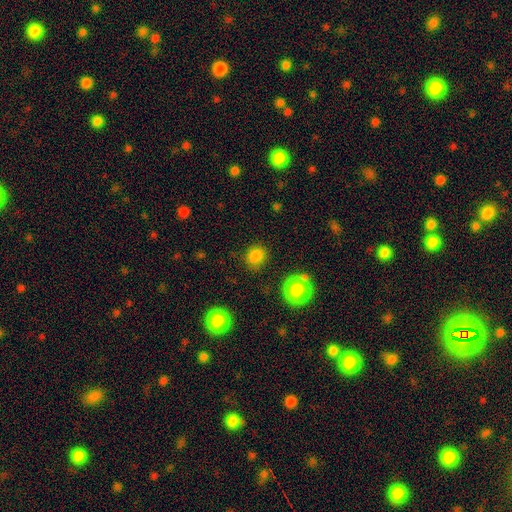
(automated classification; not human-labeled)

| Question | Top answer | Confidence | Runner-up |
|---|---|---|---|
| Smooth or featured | smooth | 84% | star or artifact (13%) |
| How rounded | round | 78% | in between (20%) |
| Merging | none | 84% | minor disturbance (10%) |